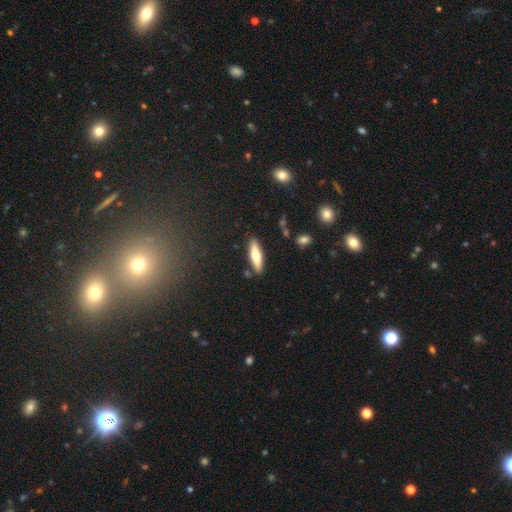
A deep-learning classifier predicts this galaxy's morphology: A smooth galaxy with no disk features (55%) that is cigar-shaped (70%).

Vote fractions:
- Smooth or featured? smooth: 55% / featured or disk: 39% / star or artifact: 6%
- How rounded? cigar-shaped: 70% / in between: 28% / round: 2%
- Merging? none: 86% / minor disturbance: 9% / merger: 3% / major disturbance: 2%